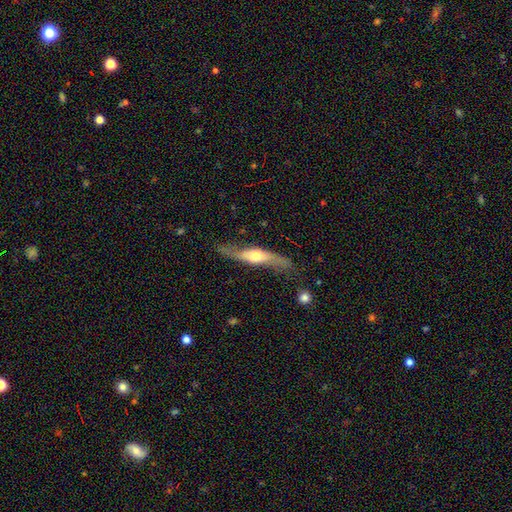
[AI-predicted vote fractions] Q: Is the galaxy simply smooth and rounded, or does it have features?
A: featured or disk — 66%.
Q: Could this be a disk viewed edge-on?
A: yes — 73%.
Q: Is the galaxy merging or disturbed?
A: none — 68%.